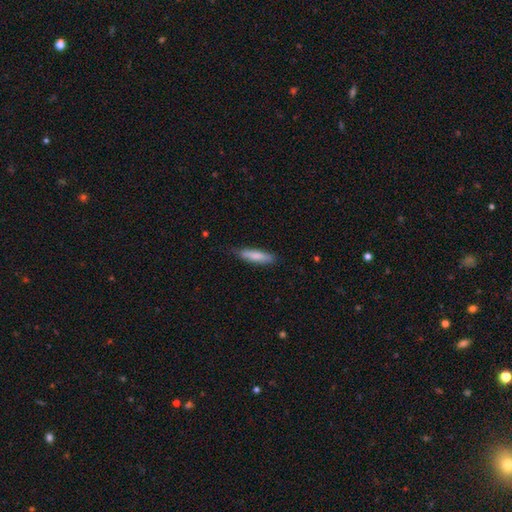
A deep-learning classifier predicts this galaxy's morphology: Overall: smooth (81%). How rounded: cigar-shaped (71%). Merging: none (80%).